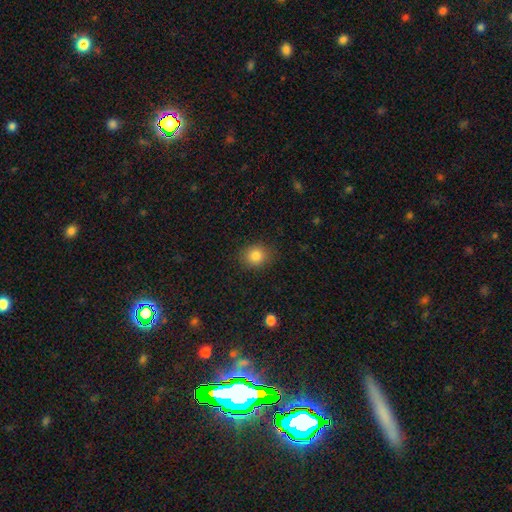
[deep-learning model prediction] Smooth or featured?
  - smooth: 84% *
  - star or artifact: 10%
  - featured or disk: 6%
How rounded?
  - round: 71% *
  - in between: 28%
  - cigar-shaped: 1%
Merging?
  - none: 87% *
  - minor disturbance: 9%
  - major disturbance: 3%
  - merger: 1%